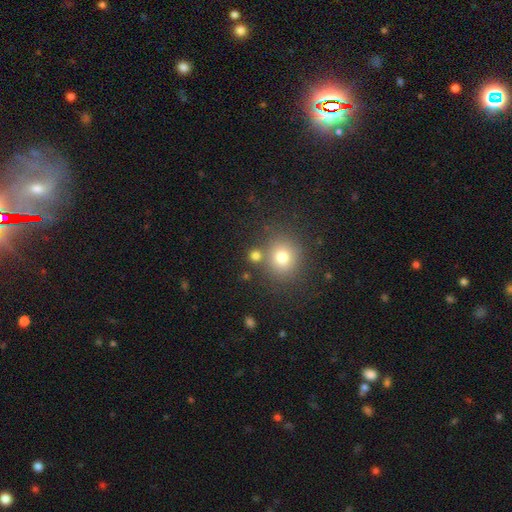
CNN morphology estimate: A smooth galaxy with no disk features (76%) that is round (83%). Merging: none (71%).